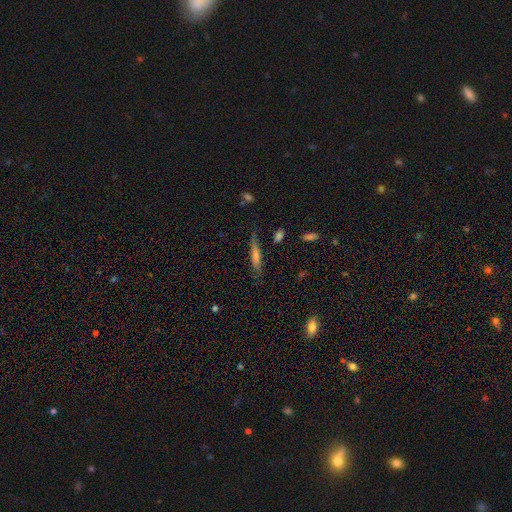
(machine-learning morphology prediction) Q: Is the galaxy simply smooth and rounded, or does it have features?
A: smooth — 46%.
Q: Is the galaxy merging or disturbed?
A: none — 77%.